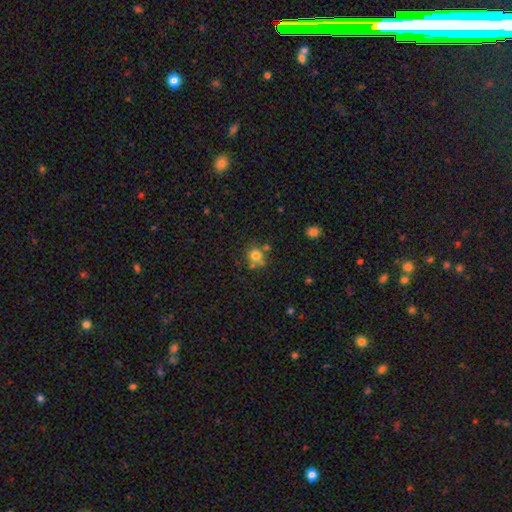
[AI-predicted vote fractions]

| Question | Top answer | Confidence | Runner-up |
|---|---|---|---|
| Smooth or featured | smooth | 74% | star or artifact (14%) |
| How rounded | round | 84% | in between (15%) |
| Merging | none | 61% | merger (22%) |